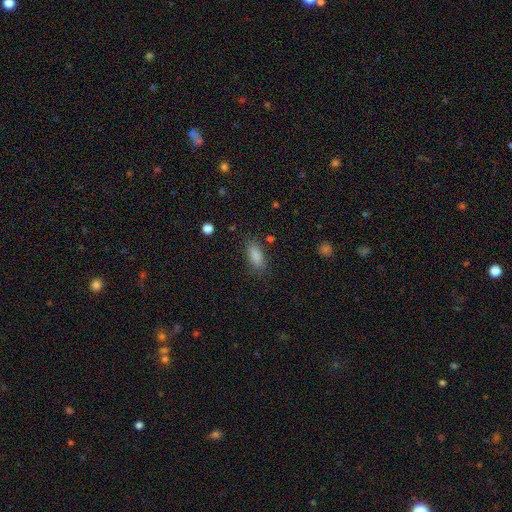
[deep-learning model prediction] smooth-or-featured: smooth: 87% | star or artifact: 8% | featured or disk: 5%
  how-rounded: in between: 84% | cigar-shaped: 13% | round: 3%
  merging: none: 83% | minor disturbance: 12% | major disturbance: 4% | merger: 2%